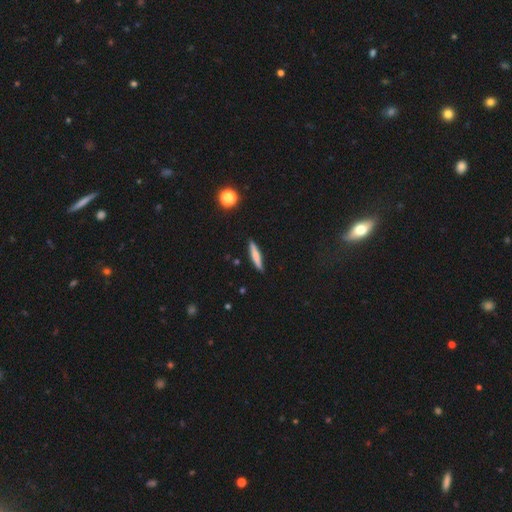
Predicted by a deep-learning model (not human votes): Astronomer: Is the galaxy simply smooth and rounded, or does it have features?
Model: smooth — 65%.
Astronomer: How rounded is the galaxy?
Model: cigar-shaped — 90%.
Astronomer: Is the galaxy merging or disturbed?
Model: none — 88%.